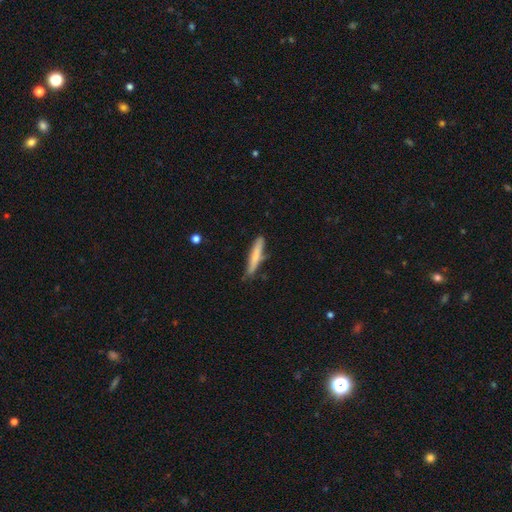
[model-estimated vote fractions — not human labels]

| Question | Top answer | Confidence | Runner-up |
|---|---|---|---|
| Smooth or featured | smooth | 67% | featured or disk (28%) |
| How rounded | cigar-shaped | 92% | in between (7%) |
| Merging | none | 71% | minor disturbance (22%) |